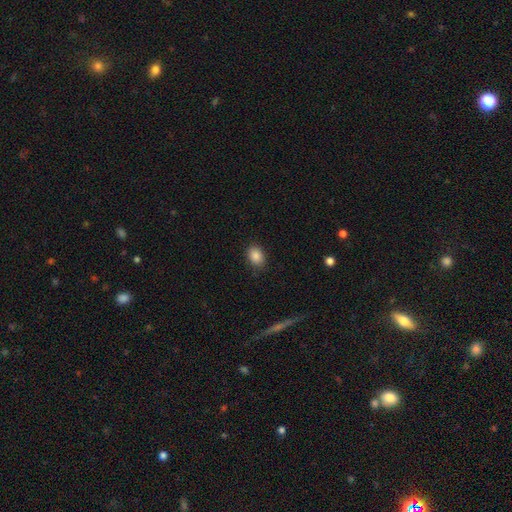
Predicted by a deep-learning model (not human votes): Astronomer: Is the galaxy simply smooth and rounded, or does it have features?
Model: smooth — 86%.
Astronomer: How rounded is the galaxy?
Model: in between — 70%.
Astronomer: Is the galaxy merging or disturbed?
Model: none — 85%.